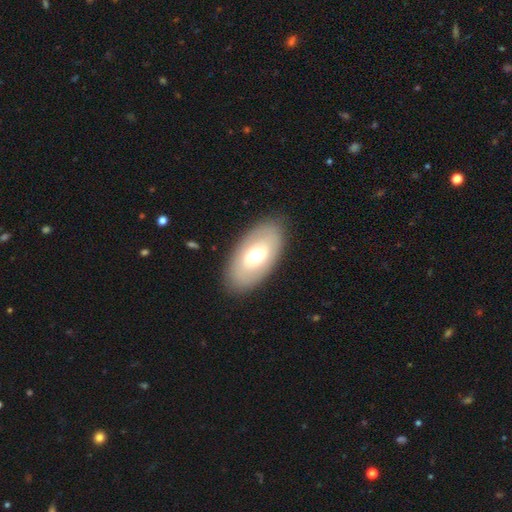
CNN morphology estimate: Smooth or featured? smooth (53%)
How rounded? in between (93%)
Merging? none (86%)